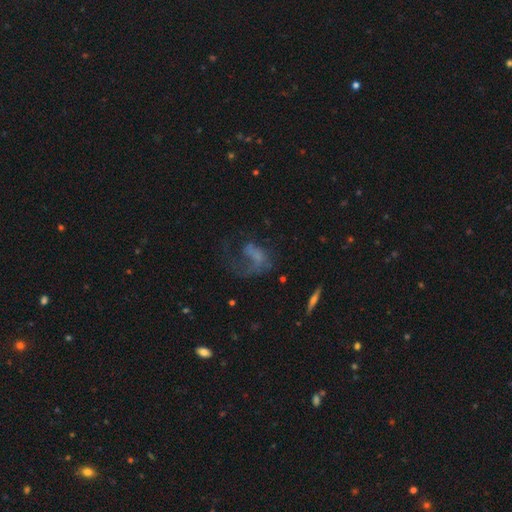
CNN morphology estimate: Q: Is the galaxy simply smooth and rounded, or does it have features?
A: featured or disk — 56%.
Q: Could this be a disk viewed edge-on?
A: no — 96%.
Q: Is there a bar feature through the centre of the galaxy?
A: no — 78%.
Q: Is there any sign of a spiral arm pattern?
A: yes — 53%.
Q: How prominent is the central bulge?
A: none — 63%.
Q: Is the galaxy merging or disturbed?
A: major disturbance — 54%.